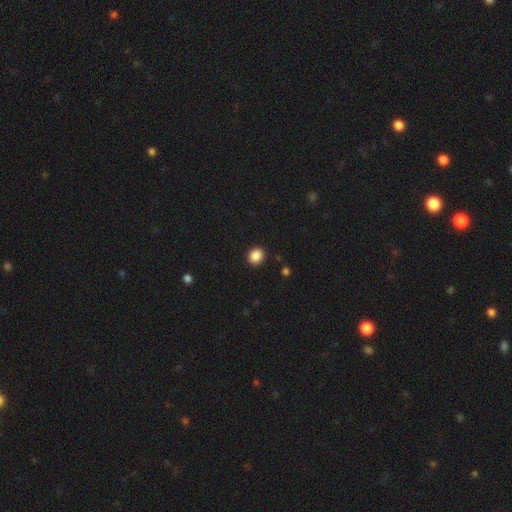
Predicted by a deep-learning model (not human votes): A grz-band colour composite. It shows a smooth galaxy with no disk features (87%) that is round (79%). Merging: none (91%).